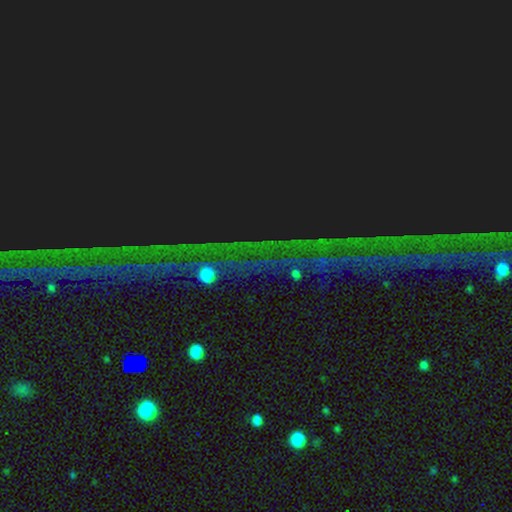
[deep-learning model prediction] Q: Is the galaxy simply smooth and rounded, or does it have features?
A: star or artifact — 86%.